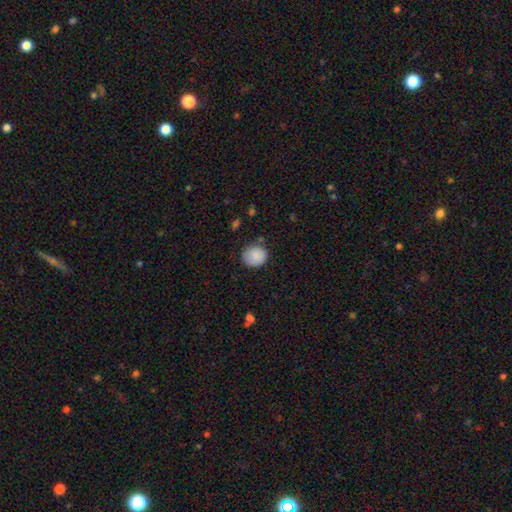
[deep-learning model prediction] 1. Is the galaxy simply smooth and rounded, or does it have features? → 87% smooth, 7% star or artifact, 5% featured or disk.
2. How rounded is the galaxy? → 81% round, 19% in between, 1% cigar-shaped.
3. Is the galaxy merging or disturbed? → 75% none, 18% minor disturbance, 4% major disturbance, 3% merger.